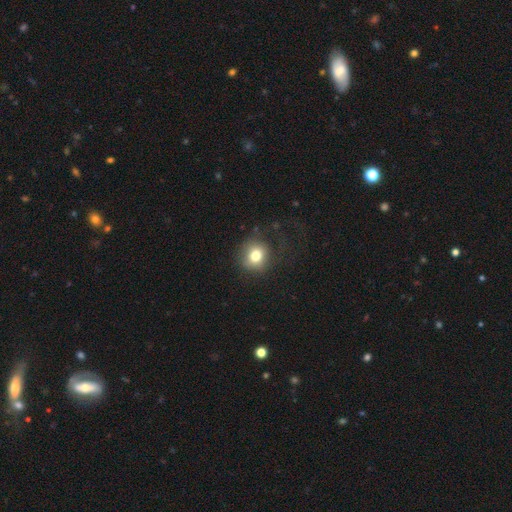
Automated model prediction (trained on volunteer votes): A smooth galaxy with no disk features (78%) that is round (85%). Merging: none (74%).